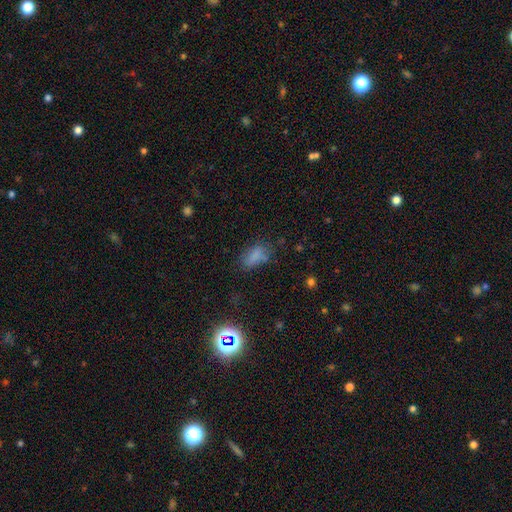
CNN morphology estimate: type=smooth (72%); roundness=in between (84%); merging=none (57%).